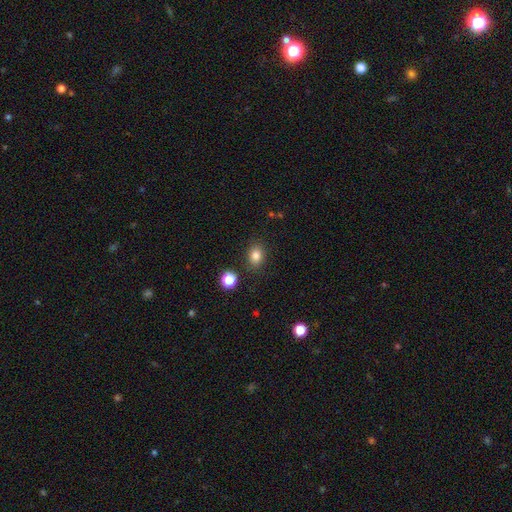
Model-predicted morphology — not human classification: A smooth galaxy with no disk features (83%) that is in between round and cigar-shaped (57%). Merging: none (83%).